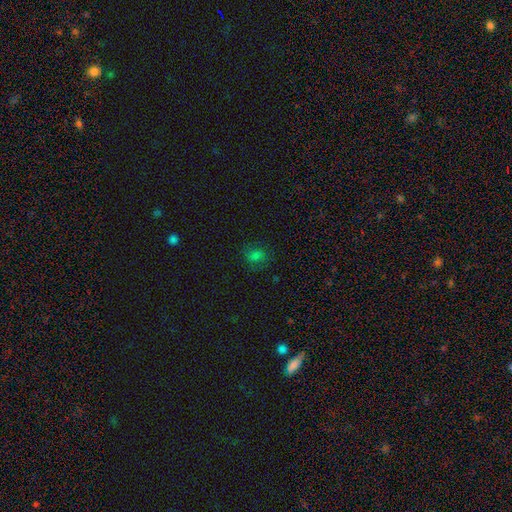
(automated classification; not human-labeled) Overall: smooth (67%). How rounded: round (56%; in between 43%). Merging: none (74%).